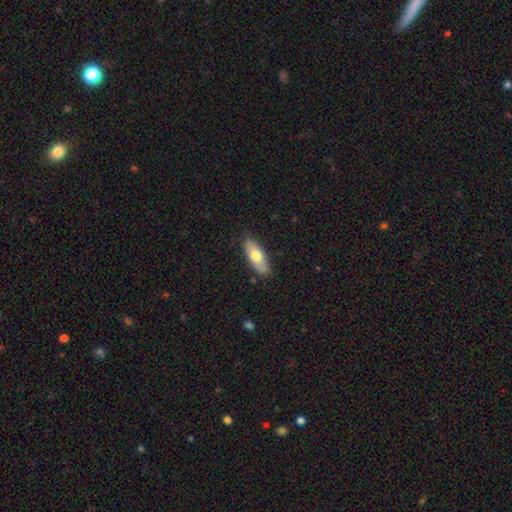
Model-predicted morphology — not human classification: Overall: smooth (69%). How rounded: in between (76%). Merging: none (84%).